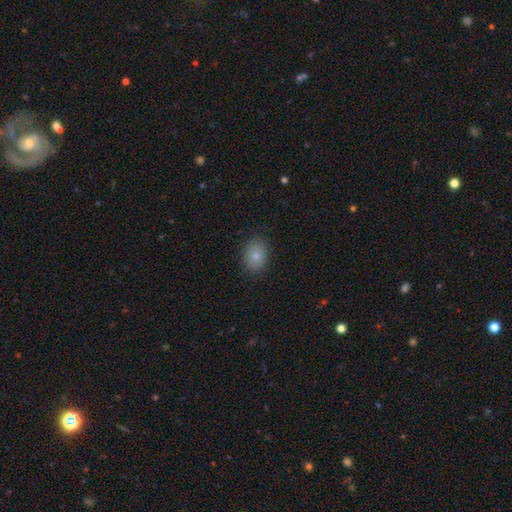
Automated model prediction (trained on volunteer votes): The model was most divided on "how rounded": in between: 62%, round: 37%, cigar-shaped: 1%. More confident: merging — none (86%); smooth or featured — smooth (80%).